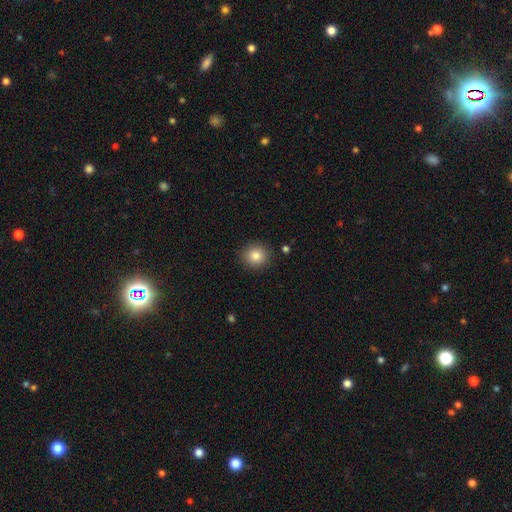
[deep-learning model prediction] This is clearly a smooth galaxy (83%). How rounded: clearly round (88%). Merging: clearly none (90%).